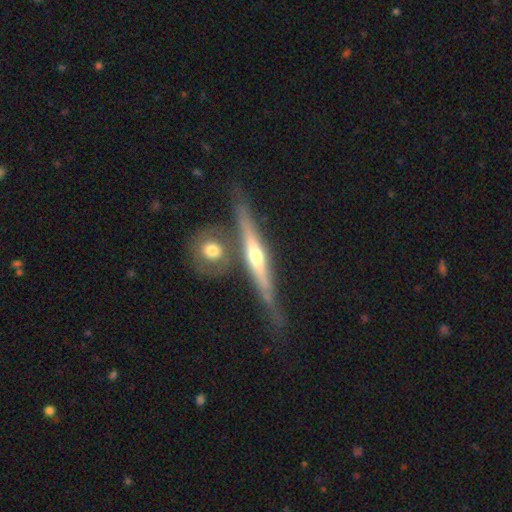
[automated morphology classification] This appears to be a featured or disk galaxy (72%) viewed edge-on (93%) with a rounded central bulge (82%). Merging: none (67%).